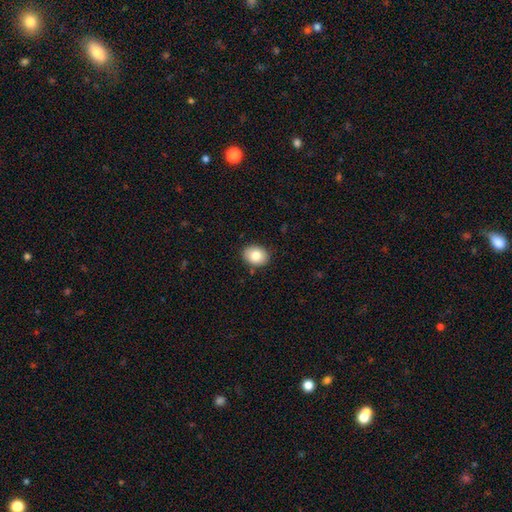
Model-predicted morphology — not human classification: This appears to be a smooth galaxy with no disk features (82%) that is in between round and cigar-shaped (55%). Merging: none (88%).